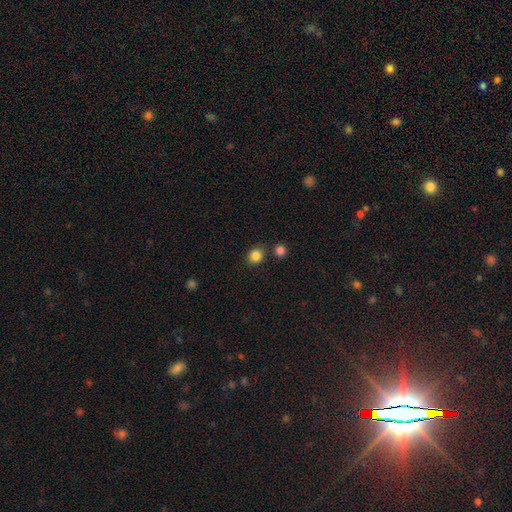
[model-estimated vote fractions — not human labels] Smooth or featured: smooth — 85% (star or artifact — 11%)
How rounded: round — 76% (in between — 23%)
Merging: none — 79% (merger — 10%)